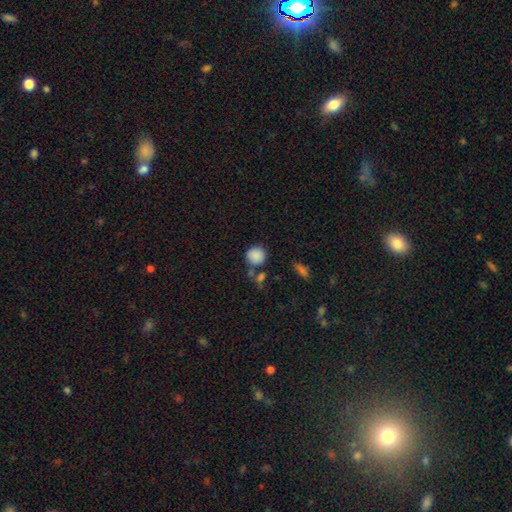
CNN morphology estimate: smooth_or_featured: smooth (p=0.87) [alt: star or artifact p=0.09]
how_rounded: round (p=0.90) [alt: in between p=0.09]
merging: none (p=0.72) [alt: merger p=0.12]